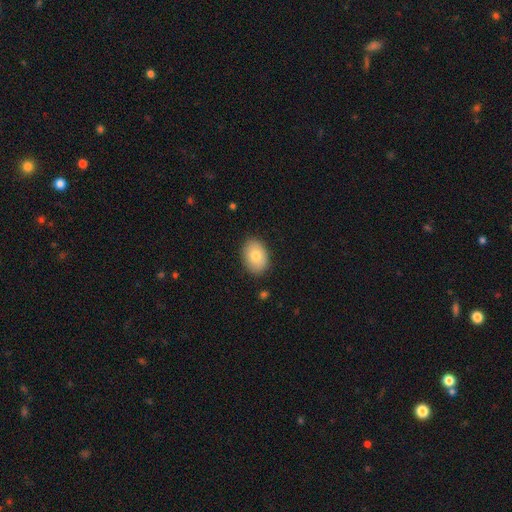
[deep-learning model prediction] This appears to be a smooth galaxy with no disk features (79%) that is in between round and cigar-shaped (76%). Merging: none (87%).